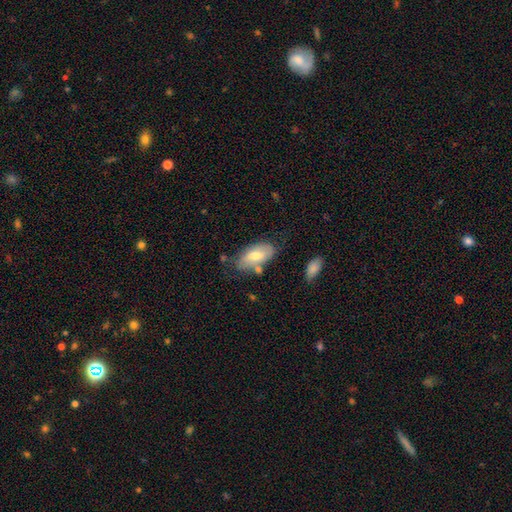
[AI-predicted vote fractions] A smooth galaxy with no disk features (66%) that is in between round and cigar-shaped (93%). Merging: none (63%).